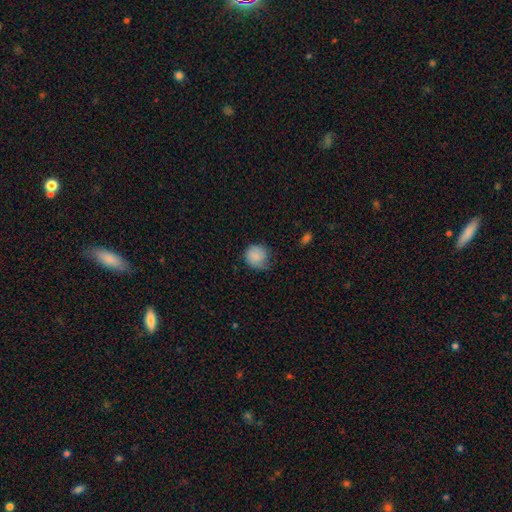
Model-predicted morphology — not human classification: This appears to be a smooth galaxy with no disk features (84%) that is round (84%). Merging: none (57%).